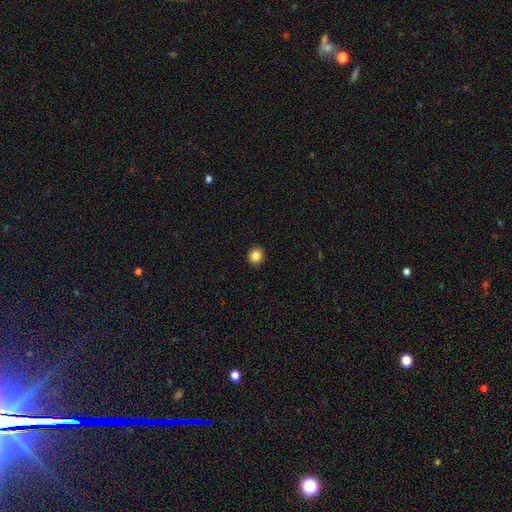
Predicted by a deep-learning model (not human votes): smooth 85%, star or artifact 10%, featured or disk 5%. Down the decision tree: how rounded — round (87%); merging — none (93%).